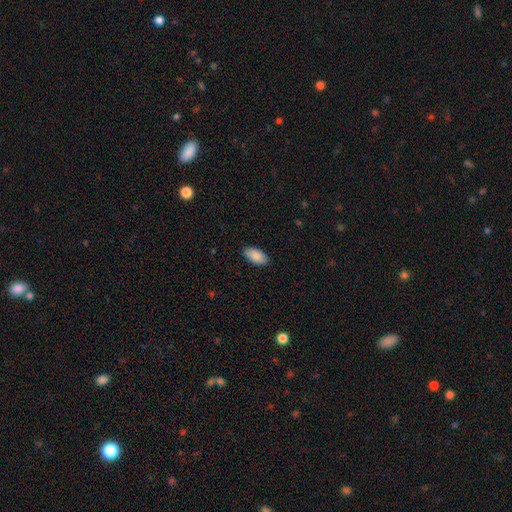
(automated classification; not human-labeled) Smooth or featured? smooth (90%)
How rounded? in between (94%)
Merging? none (89%)